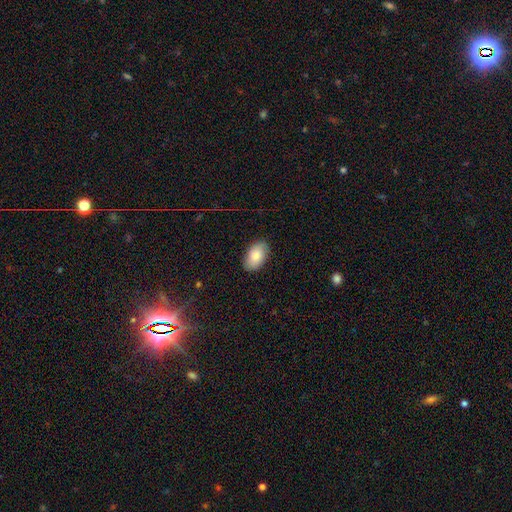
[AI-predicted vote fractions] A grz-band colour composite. It shows a smooth galaxy with no disk features (81%) that is in between round and cigar-shaped (94%). Merging: none (85%).